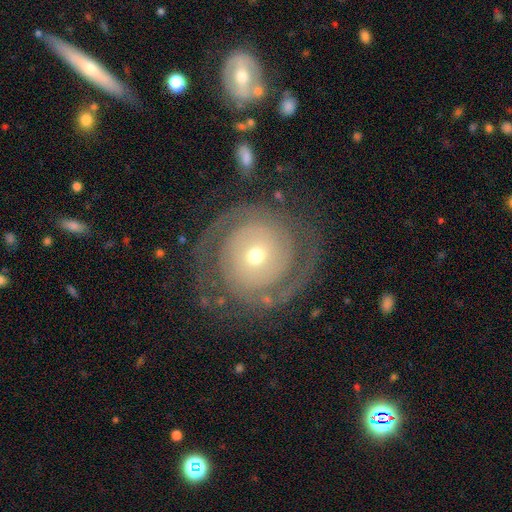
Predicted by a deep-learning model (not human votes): Smooth or featured?
  - featured or disk: 84% *
  - smooth: 10%
  - star or artifact: 6%
Edge-on disk?
  - no: 98% *
  - yes: 2%
Bar?
  - no: 73% *
  - weak: 19%
  - strong: 7%
Spiral arms?
  - yes: 94% *
  - no: 6%
Spiral winding?
  - tight: 74% *
  - medium: 20%
  - loose: 6%
Spiral arm count?
  - 2: 78% *
  - can't tell: 9%
  - 3: 5%
  - 1: 3%
  - 4: 2%
  - more than 4: 2%
Bulge size?
  - small: 59% *
  - moderate: 36%
  - large: 3%
  - dominant: 1%
  - none: 1%
Merging?
  - none: 80% *
  - minor disturbance: 11%
  - major disturbance: 8%
  - merger: 2%